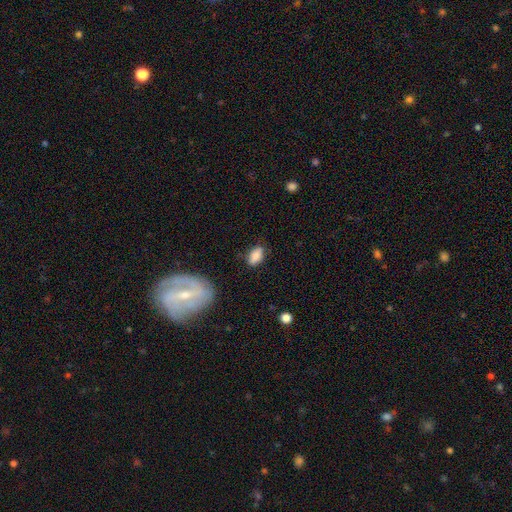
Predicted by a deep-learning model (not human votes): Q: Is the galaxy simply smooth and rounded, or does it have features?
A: smooth — 85%.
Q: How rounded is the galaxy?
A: in between — 91%.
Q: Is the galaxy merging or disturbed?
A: none — 76%.